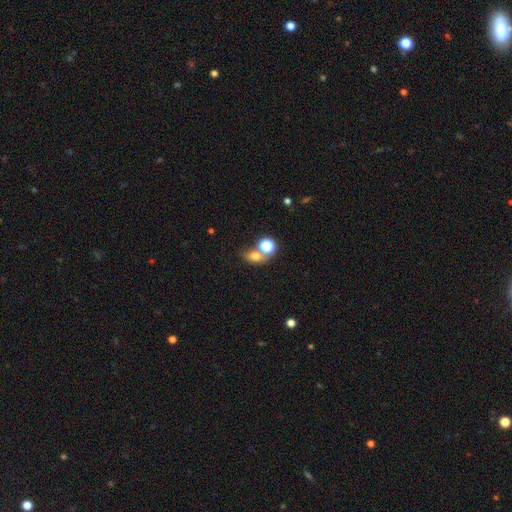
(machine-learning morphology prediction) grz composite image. It shows a smooth galaxy with no disk features (69%) that is in between round and cigar-shaped (60%). Merging: none (48%).